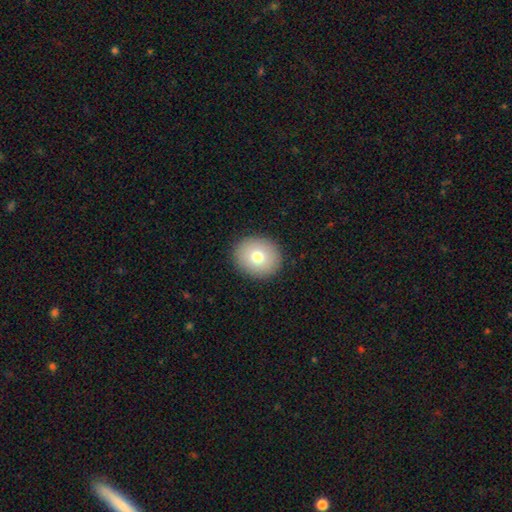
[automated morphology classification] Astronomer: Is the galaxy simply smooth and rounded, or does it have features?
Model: smooth — 72%.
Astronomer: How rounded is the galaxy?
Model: round — 79%.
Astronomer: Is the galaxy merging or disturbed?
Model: none — 92%.